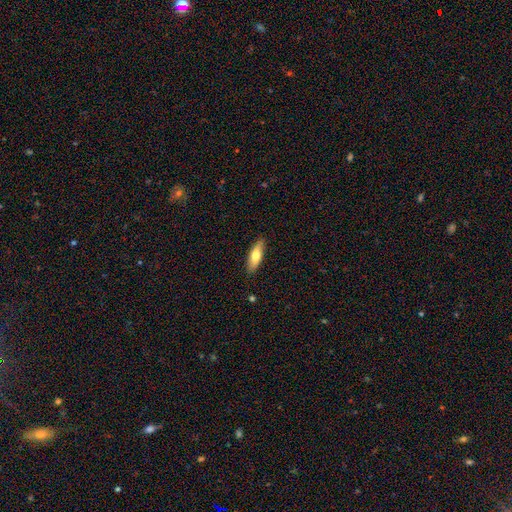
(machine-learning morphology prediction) Q: Smooth or featured?
A: smooth (70%); runner-up: featured or disk (25%)
Q: How rounded?
A: in between (53%); runner-up: cigar-shaped (45%)
Q: Merging?
A: none (87%); runner-up: minor disturbance (10%)